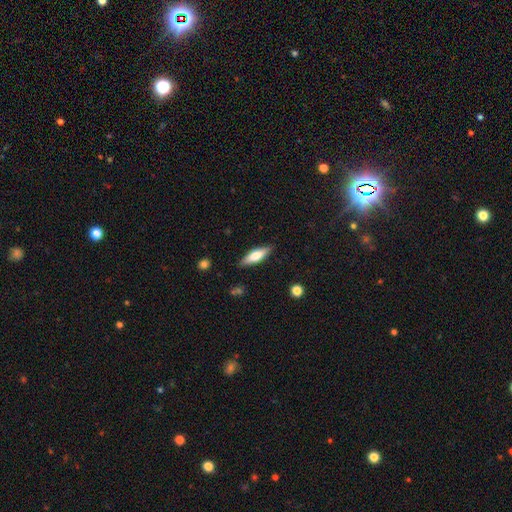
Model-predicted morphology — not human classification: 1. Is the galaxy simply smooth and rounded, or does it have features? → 64% smooth, 30% featured or disk, 6% star or artifact.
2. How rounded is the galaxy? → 57% cigar-shaped, 41% in between, 2% round.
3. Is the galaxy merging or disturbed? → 87% none, 10% minor disturbance, 2% major disturbance, 1% merger.